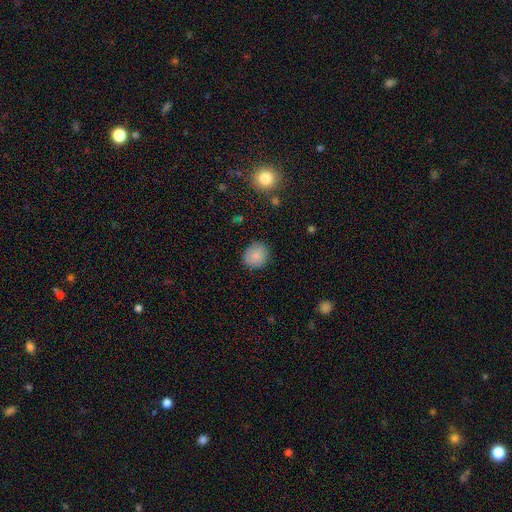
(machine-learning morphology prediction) type=smooth (85%); roundness=round (83%); merging=none (86%).